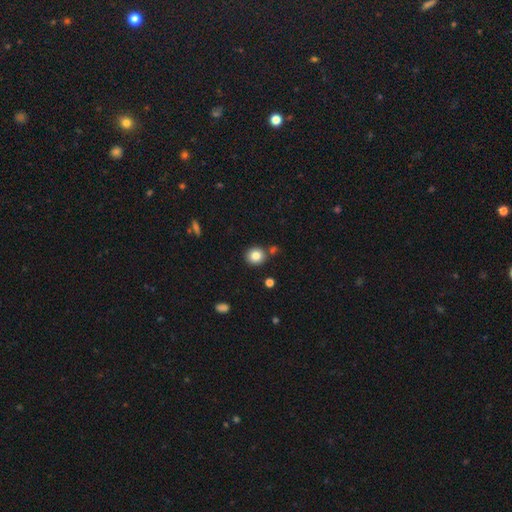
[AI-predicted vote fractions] This is clearly a smooth galaxy (83%). How rounded: clearly round (84%). Merging: likely none (80%).